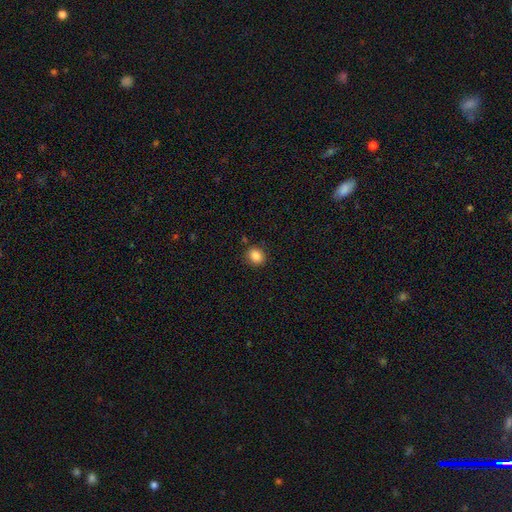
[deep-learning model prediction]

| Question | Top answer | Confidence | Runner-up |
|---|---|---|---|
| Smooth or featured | smooth | 85% | star or artifact (10%) |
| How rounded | round | 73% | in between (26%) |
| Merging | none | 87% | minor disturbance (9%) |